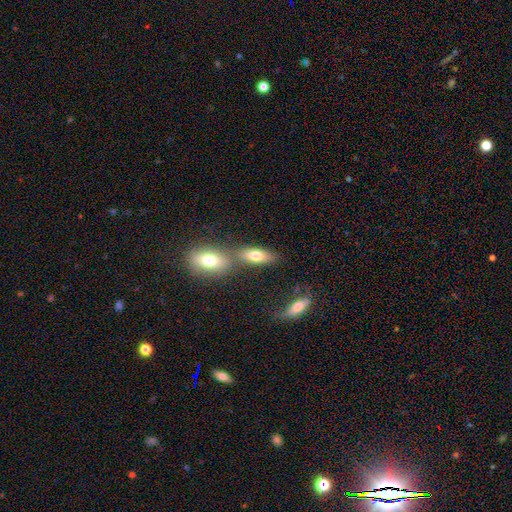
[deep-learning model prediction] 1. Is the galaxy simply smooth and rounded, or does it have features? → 73% smooth, 18% featured or disk, 9% star or artifact.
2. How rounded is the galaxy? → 78% in between, 17% cigar-shaped, 5% round.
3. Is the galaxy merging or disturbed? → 53% none, 32% merger, 11% minor disturbance, 4% major disturbance.